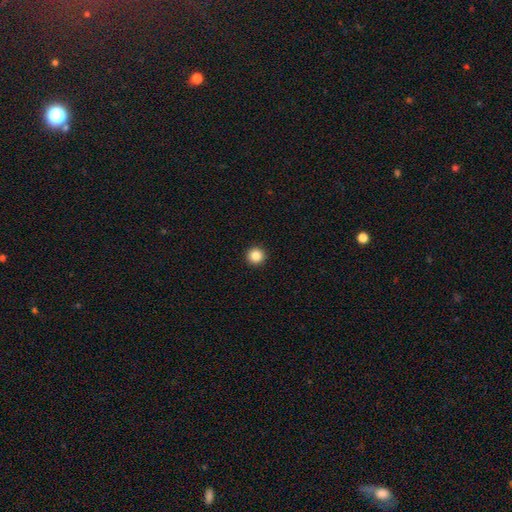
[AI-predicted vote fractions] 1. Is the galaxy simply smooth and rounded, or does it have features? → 85% smooth, 11% star or artifact, 4% featured or disk.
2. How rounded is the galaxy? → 96% round, 3% in between, 1% cigar-shaped.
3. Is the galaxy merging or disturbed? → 94% none, 3% minor disturbance, 1% major disturbance, 1% merger.